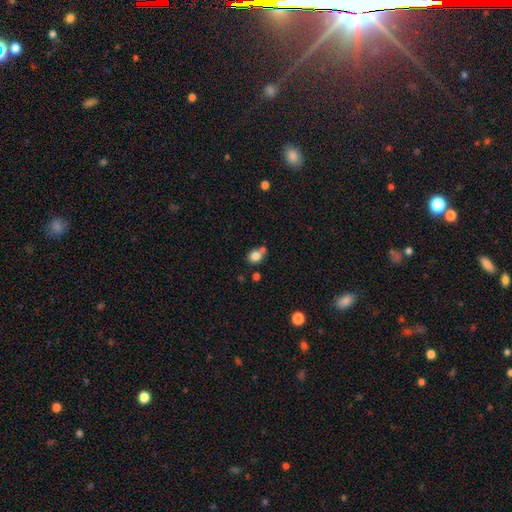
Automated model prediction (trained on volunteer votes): This is clearly a smooth galaxy (82%). How rounded: possibly round (59%). Merging: possibly none (55%).